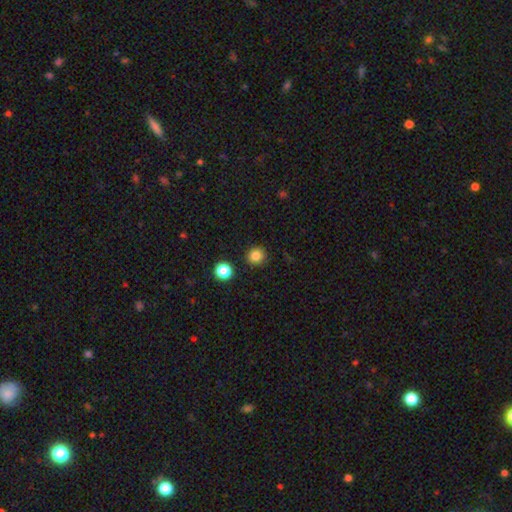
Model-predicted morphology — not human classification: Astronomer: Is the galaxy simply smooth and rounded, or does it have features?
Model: smooth — 83%.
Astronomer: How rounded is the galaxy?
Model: round — 94%.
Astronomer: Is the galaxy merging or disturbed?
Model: none — 91%.